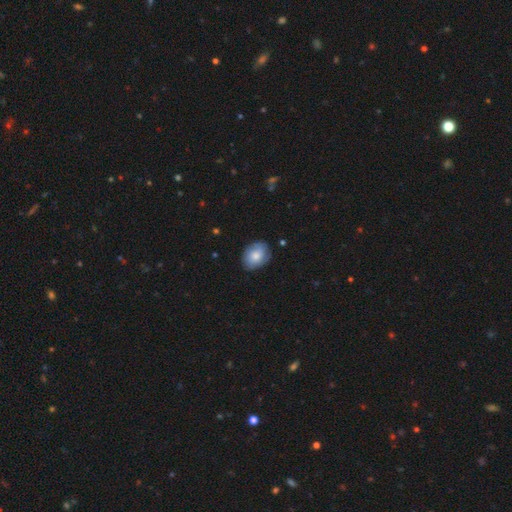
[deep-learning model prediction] Q: Smooth or featured?
A: smooth (69%); runner-up: featured or disk (24%)
Q: How rounded?
A: in between (65%); runner-up: round (34%)
Q: Merging?
A: none (77%); runner-up: minor disturbance (18%)